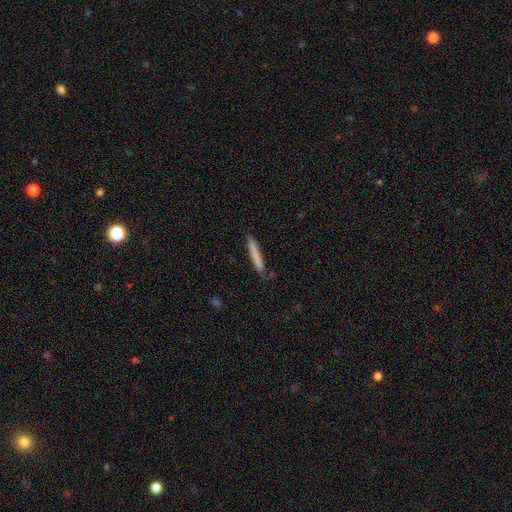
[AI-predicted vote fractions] Morphology: type=smooth (77%); roundness=cigar-shaped (95%); merging=none (79%).